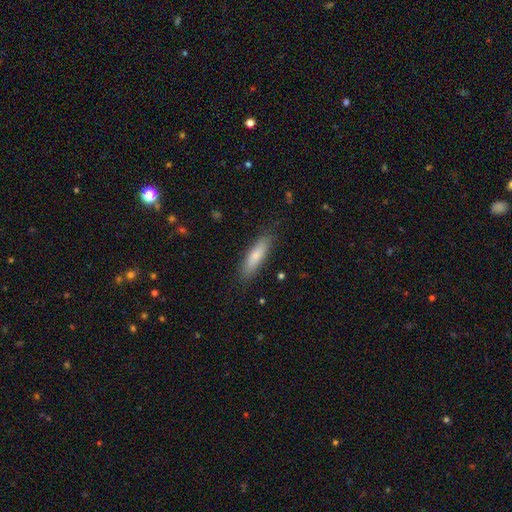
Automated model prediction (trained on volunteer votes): A smooth galaxy with no disk features (78%) that is cigar-shaped (63%).

Vote fractions:
- Smooth or featured? smooth: 78% / featured or disk: 16% / star or artifact: 6%
- How rounded? cigar-shaped: 63% / in between: 35% / round: 2%
- Merging? none: 84% / minor disturbance: 12% / major disturbance: 3% / merger: 1%